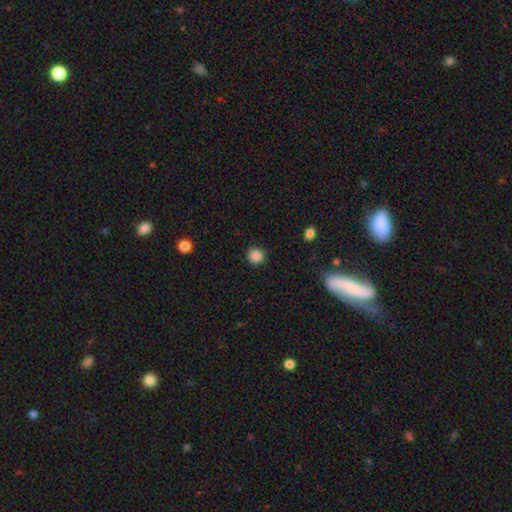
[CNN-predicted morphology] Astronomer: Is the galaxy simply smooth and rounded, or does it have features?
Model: smooth — 86%.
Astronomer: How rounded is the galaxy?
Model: round — 93%.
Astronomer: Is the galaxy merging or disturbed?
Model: none — 91%.